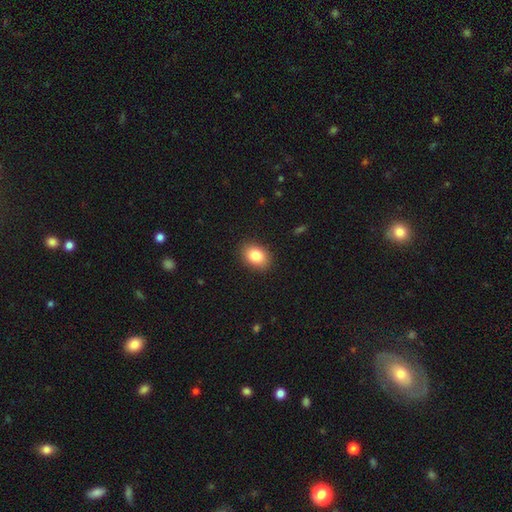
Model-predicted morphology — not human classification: Q: Smooth or featured?
A: smooth (84%); runner-up: star or artifact (8%)
Q: How rounded?
A: in between (72%); runner-up: round (27%)
Q: Merging?
A: none (88%); runner-up: minor disturbance (8%)